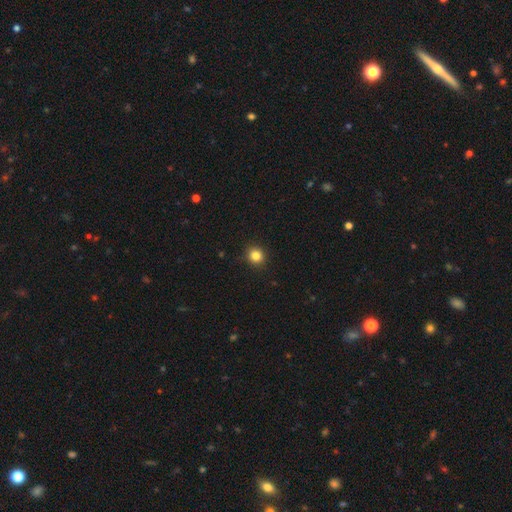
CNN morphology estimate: This is clearly a smooth galaxy (84%). How rounded: clearly round (90%). Merging: clearly none (91%).